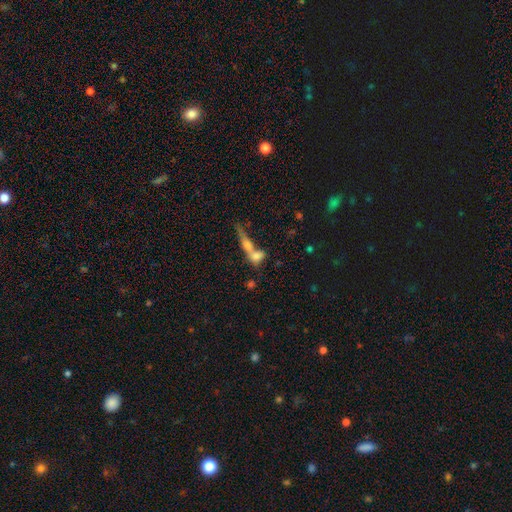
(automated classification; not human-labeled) A smooth galaxy with no disk features (65%) that is in between round and cigar-shaped (52%). Merging: merger (61%).